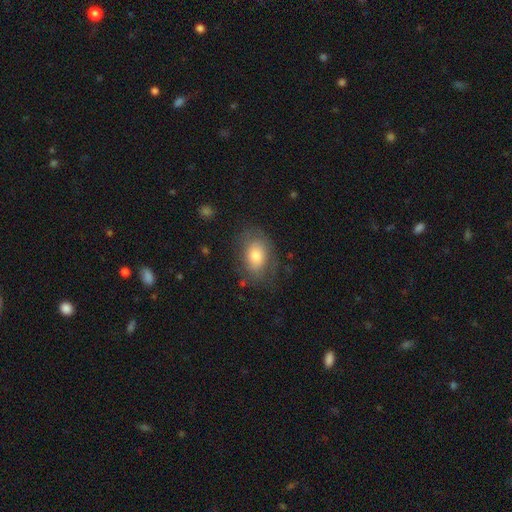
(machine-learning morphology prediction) The model was most divided on "smooth or featured": smooth: 66%, featured or disk: 26%, star or artifact: 8%. More confident: how rounded — in between (85%); merging — none (65%).